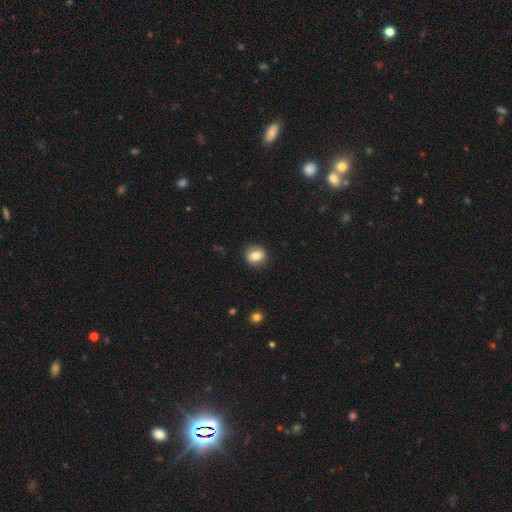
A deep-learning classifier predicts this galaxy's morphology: Smooth or featured? Predicted: smooth (p=0.77). How rounded? Predicted: round (p=0.73). Merging? Predicted: none (p=0.86).